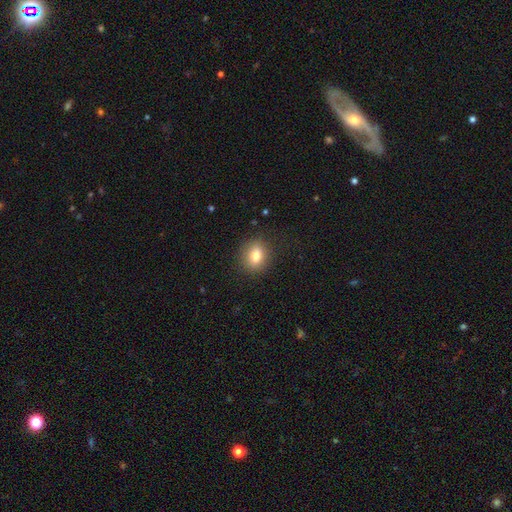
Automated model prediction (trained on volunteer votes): Morphology: type=smooth (80%); roundness=round (56%); merging=none (86%).